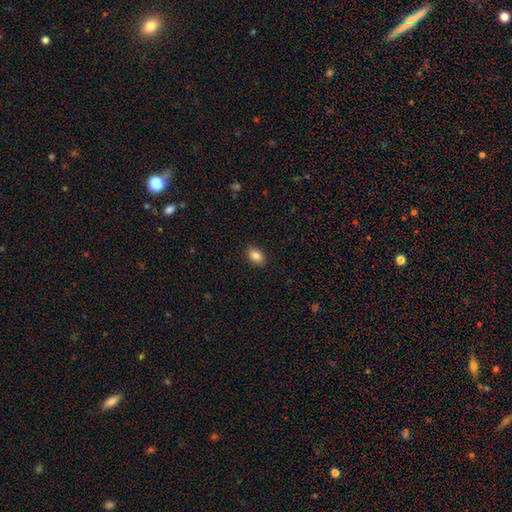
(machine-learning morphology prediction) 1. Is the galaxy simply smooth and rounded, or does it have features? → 85% smooth, 9% star or artifact, 6% featured or disk.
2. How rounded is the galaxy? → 83% in between, 16% round, 1% cigar-shaped.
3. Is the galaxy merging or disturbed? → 89% none, 8% minor disturbance, 2% major disturbance, 1% merger.